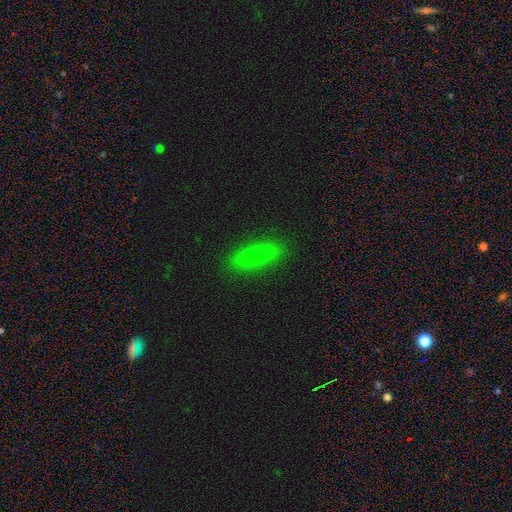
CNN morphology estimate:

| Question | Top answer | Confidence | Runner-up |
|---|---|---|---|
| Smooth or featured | smooth | 67% | featured or disk (22%) |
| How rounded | in between | 50% | cigar-shaped (46%) |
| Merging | none | 86% | minor disturbance (11%) |